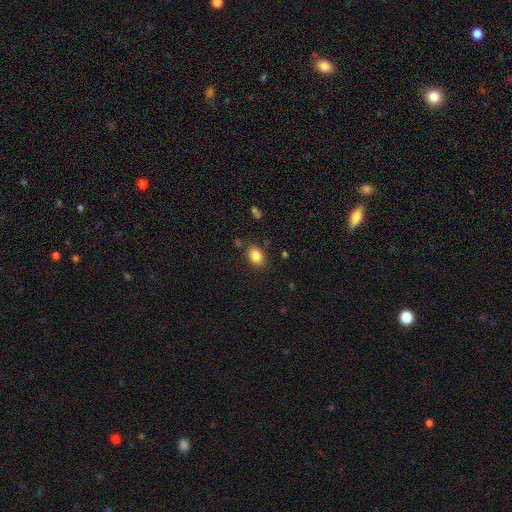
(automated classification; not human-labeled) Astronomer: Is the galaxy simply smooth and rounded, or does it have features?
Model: smooth — 85%.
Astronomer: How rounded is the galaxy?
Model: in between — 71%.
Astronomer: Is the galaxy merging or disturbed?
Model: none — 82%.